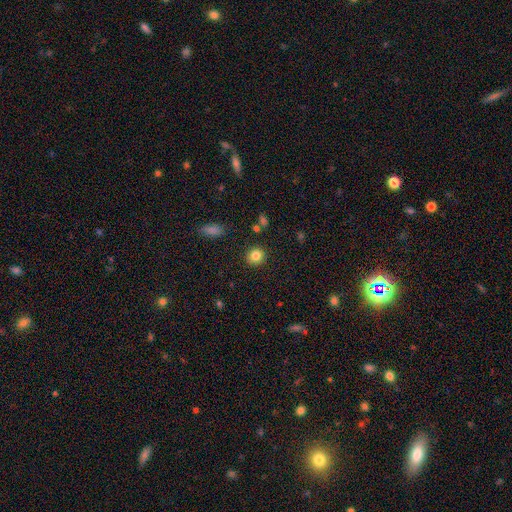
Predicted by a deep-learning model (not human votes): smooth 84%, star or artifact 10%, featured or disk 6%. Down the decision tree: how rounded — round (87%); merging — none (90%).